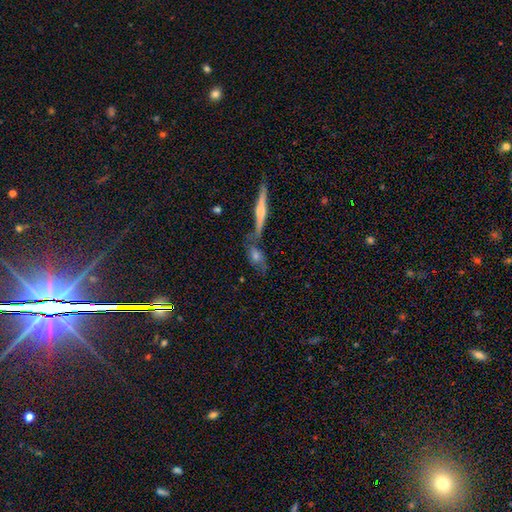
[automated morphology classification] smooth_or_featured: featured or disk (p=0.50) [alt: smooth p=0.38]
merging: none (p=0.52) [alt: merger p=0.27]